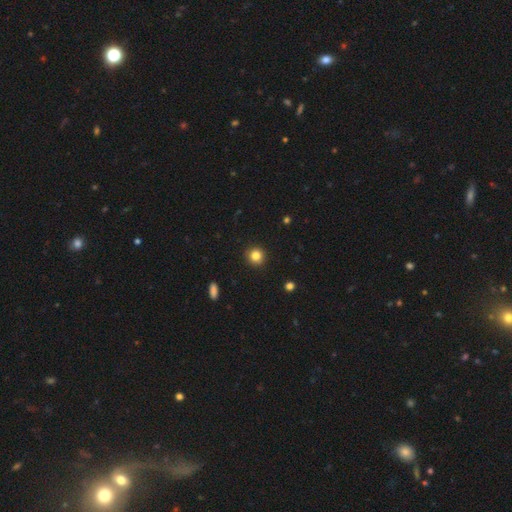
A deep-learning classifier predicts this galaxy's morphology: A smooth galaxy with no disk features (83%) that is round (92%).

Vote fractions:
- Smooth or featured? smooth: 83% / star or artifact: 12% / featured or disk: 5%
- How rounded? round: 92% / in between: 7% / cigar-shaped: 1%
- Merging? none: 92% / minor disturbance: 5% / major disturbance: 2% / merger: 1%